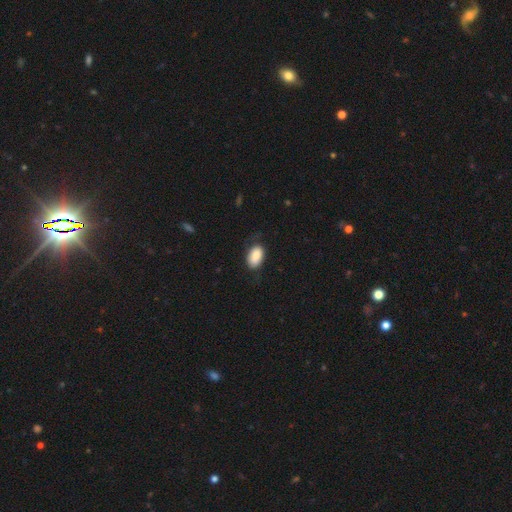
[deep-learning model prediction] smooth_or_featured: smooth (p=0.85) [alt: featured or disk p=0.09]
how_rounded: in between (p=0.92) [alt: round p=0.07]
merging: none (p=0.68) [alt: minor disturbance p=0.23]